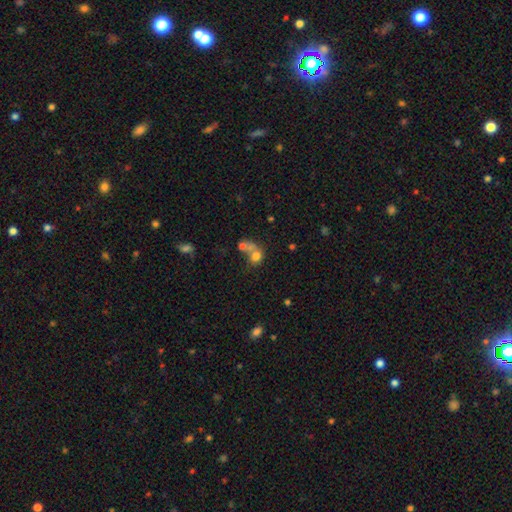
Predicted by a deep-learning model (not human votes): Morphology: type=smooth (69%); roundness=round (61%); merging=merger (61%).